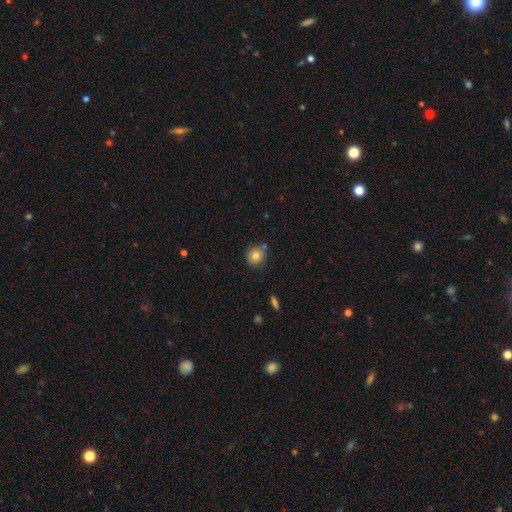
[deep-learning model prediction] A smooth galaxy with no disk features (80%) that is round (87%).

Vote fractions:
- Smooth or featured? smooth: 80% / star or artifact: 10% / featured or disk: 10%
- How rounded? round: 87% / in between: 12% / cigar-shaped: 1%
- Merging? none: 75% / minor disturbance: 13% / merger: 10% / major disturbance: 3%